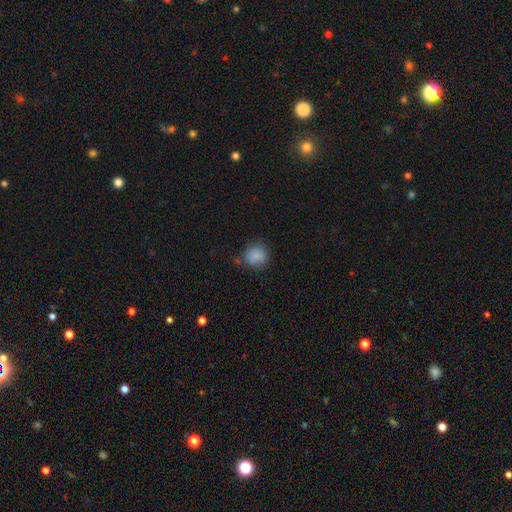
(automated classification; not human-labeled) Morphology: type=smooth (85%); roundness=round (88%); merging=none (76%).